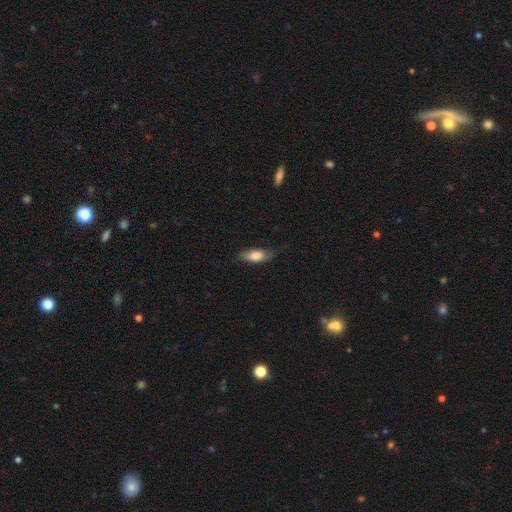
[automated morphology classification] This appears to be a smooth galaxy with no disk features (69%) that is in between round and cigar-shaped (75%). Merging: none (66%).